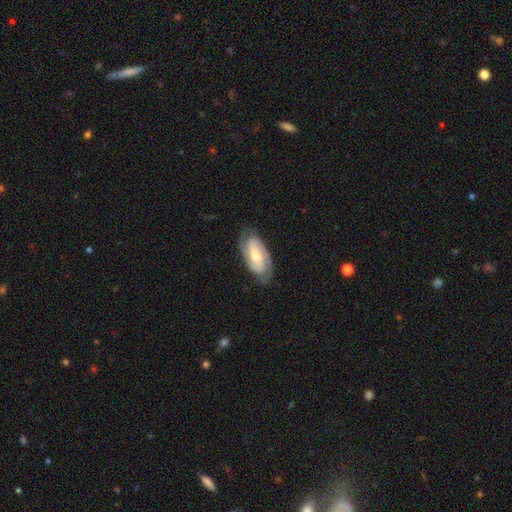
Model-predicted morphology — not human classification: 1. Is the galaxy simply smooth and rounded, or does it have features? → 77% featured or disk, 17% smooth, 5% star or artifact.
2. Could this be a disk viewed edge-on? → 94% no, 6% yes.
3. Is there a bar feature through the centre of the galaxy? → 42% no, 39% weak, 19% strong.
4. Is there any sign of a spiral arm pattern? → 94% yes, 6% no.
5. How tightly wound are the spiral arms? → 50% tight, 38% medium, 12% loose.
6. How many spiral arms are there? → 81% 2, 10% can't tell, 4% 3, 2% 1, 1% 4, 1% more than 4.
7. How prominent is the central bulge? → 58% moderate, 35% small, 4% large, 2% none, 1% dominant.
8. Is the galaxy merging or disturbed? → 79% none, 16% minor disturbance, 5% major disturbance, 1% merger.